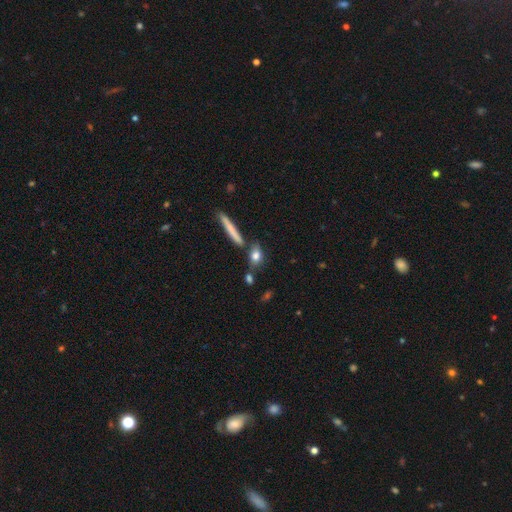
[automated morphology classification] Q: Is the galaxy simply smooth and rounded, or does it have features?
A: smooth — 76%.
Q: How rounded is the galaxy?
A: in between — 53%.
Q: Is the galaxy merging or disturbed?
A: none — 66%.